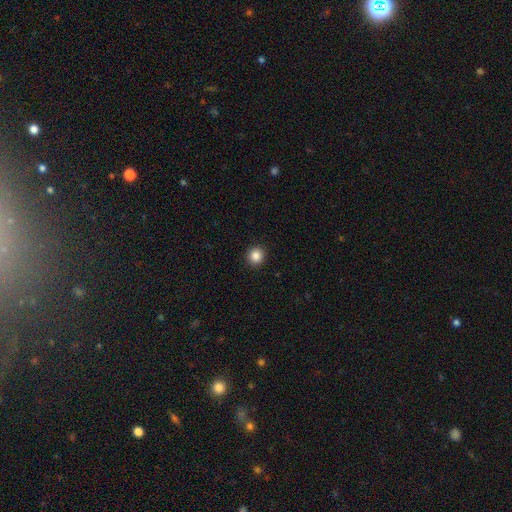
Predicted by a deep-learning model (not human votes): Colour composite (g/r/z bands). It shows a smooth galaxy with no disk features (86%) that is round (92%). Merging: none (93%).